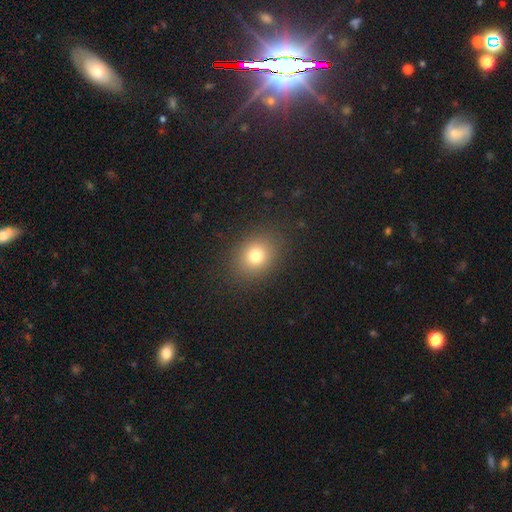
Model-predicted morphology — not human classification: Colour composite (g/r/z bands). It shows a smooth galaxy with no disk features (77%) that is round (58%). Merging: none (87%).